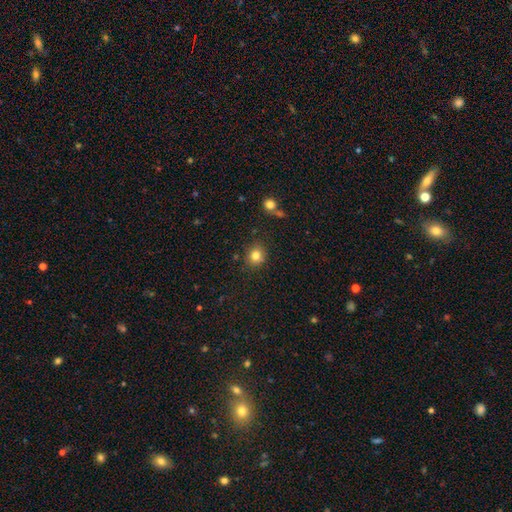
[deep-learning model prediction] This appears to be a smooth galaxy with no disk features (81%) that is round (82%). Merging: none (83%).